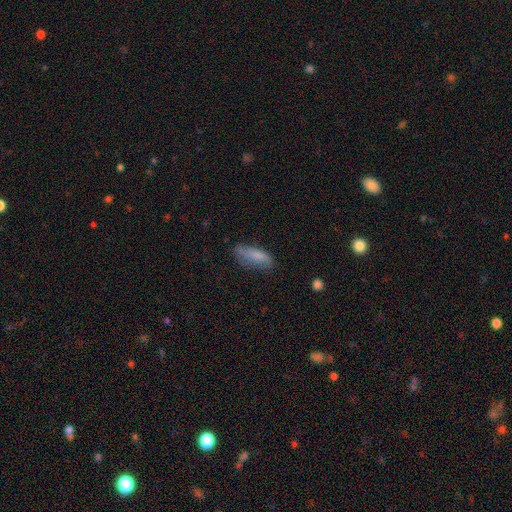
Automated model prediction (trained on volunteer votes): Overall: smooth (71%). How rounded: in between (64%; cigar-shaped 34%). Merging: none (60%; minor disturbance 29%).